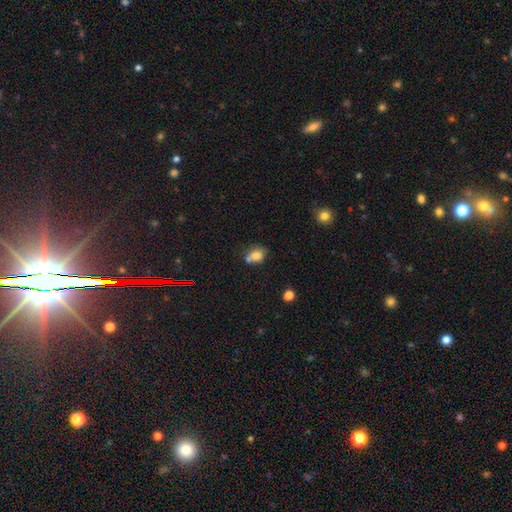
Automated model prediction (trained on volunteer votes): smooth_or_featured: smooth (p=0.77) [alt: featured or disk p=0.12]
how_rounded: round (p=0.53) [alt: in between p=0.45]
merging: none (p=0.44) [alt: merger p=0.31]